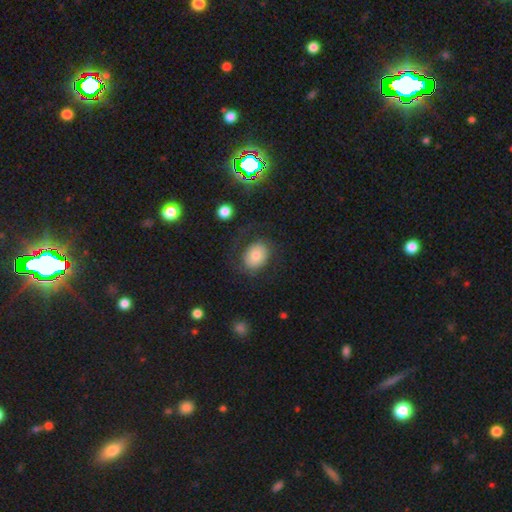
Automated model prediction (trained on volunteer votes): Overall: smooth (70%). How rounded: in between (57%; round 42%). Merging: none (71%).